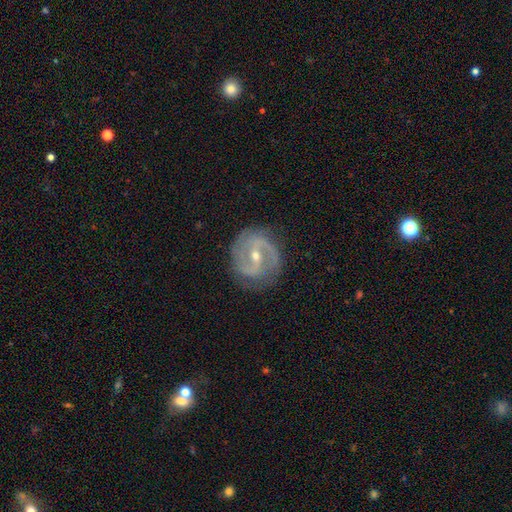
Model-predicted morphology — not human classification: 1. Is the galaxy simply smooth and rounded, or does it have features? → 87% featured or disk, 8% smooth, 5% star or artifact.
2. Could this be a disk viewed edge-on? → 97% no, 3% yes.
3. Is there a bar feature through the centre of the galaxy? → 44% weak, 38% strong, 19% no.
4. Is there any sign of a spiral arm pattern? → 95% yes, 5% no.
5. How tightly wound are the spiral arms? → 51% medium, 30% tight, 19% loose.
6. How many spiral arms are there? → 86% 2, 5% can't tell, 4% 3, 3% 1, 1% 4, 1% more than 4.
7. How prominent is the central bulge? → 52% small, 45% moderate, 1% large, 1% none, 1% dominant.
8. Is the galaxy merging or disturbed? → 80% none, 14% minor disturbance, 5% major disturbance, 1% merger.